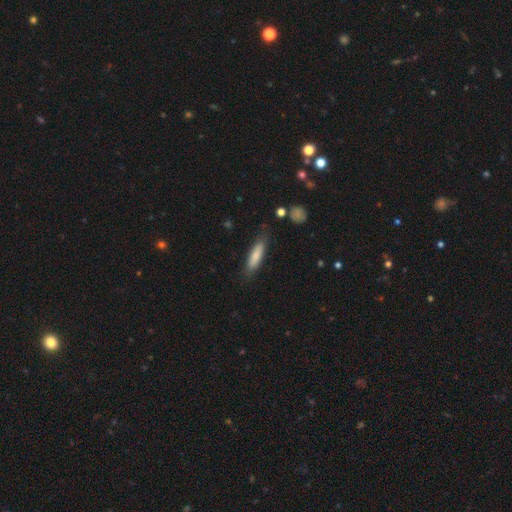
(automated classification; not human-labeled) Overall: smooth (80%). How rounded: cigar-shaped (67%; in between 31%). Merging: none (79%).